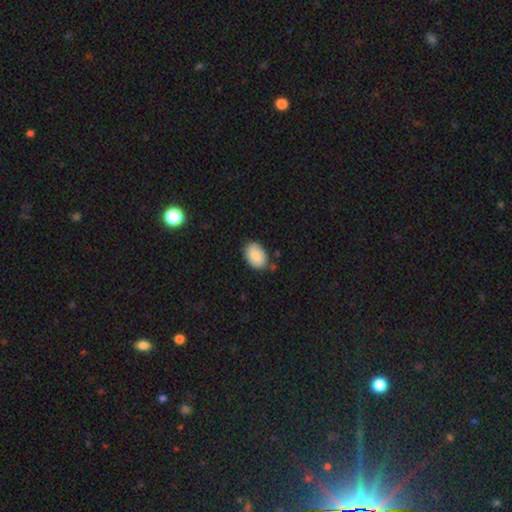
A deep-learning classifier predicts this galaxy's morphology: Smooth or featured? smooth (86%)
How rounded? in between (86%)
Merging? none (79%)